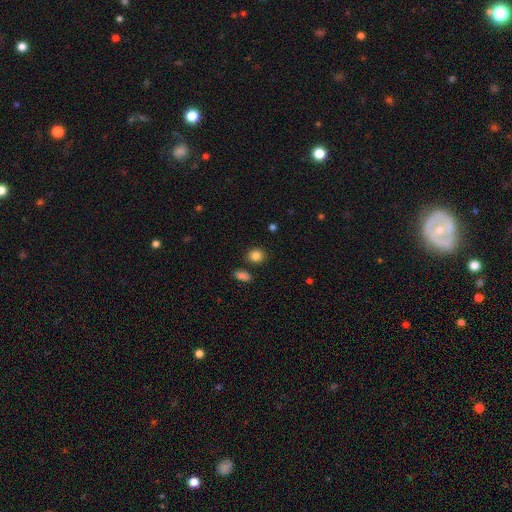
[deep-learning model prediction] smooth_or_featured: smooth (p=0.85) [alt: star or artifact p=0.10]
how_rounded: round (p=0.74) [alt: in between p=0.25]
merging: none (p=0.84) [alt: minor disturbance p=0.08]